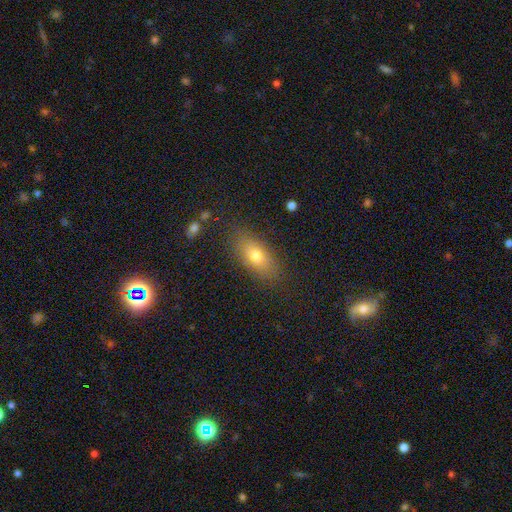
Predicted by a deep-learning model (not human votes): Q: Smooth or featured?
A: smooth (73%); runner-up: featured or disk (17%)
Q: How rounded?
A: in between (83%); runner-up: cigar-shaped (11%)
Q: Merging?
A: none (82%); runner-up: minor disturbance (13%)